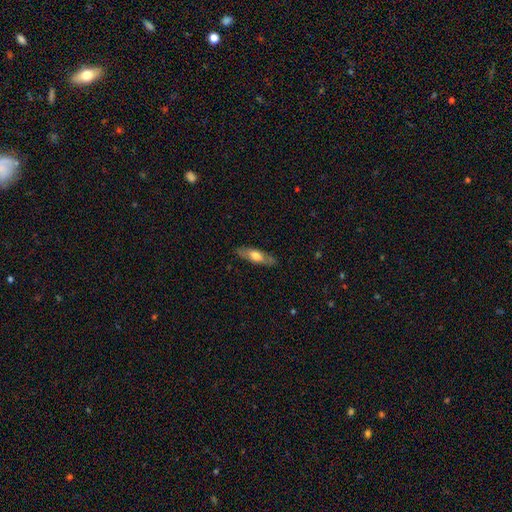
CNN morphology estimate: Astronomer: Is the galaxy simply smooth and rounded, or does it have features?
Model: smooth — 56% (runner-up: featured or disk, 38%).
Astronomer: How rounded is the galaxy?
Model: in between — 50% (runner-up: cigar-shaped, 47%).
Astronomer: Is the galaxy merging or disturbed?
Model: none — 82%.